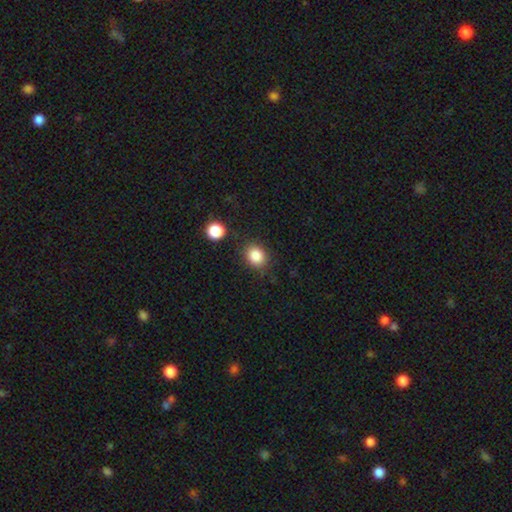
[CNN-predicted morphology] A smooth galaxy with no disk features (86%) that is round (65%).

Vote fractions:
- Smooth or featured? smooth: 86% / star or artifact: 10% / featured or disk: 4%
- How rounded? round: 65% / in between: 34% / cigar-shaped: 1%
- Merging? none: 81% / minor disturbance: 11% / merger: 4% / major disturbance: 3%